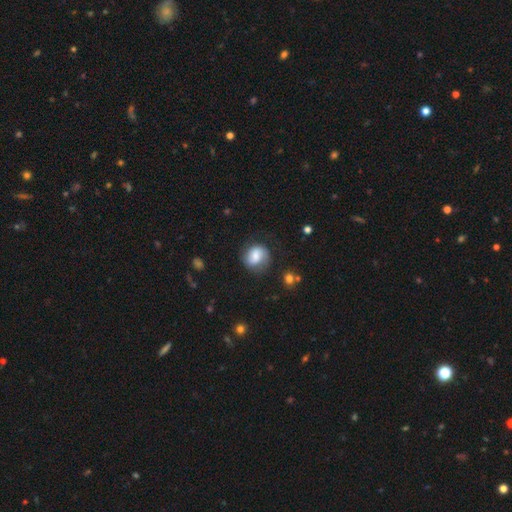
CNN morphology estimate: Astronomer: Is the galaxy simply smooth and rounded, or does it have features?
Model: smooth — 60%.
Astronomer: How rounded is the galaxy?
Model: round — 71%.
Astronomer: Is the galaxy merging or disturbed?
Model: none — 69%.